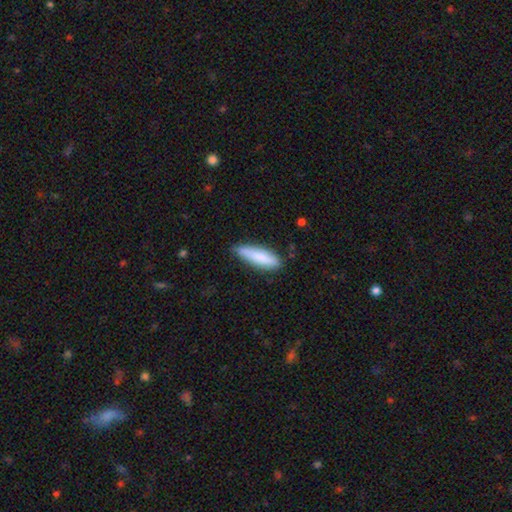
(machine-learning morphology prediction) This appears to be a smooth galaxy with no disk features (84%) that is cigar-shaped (66%). Merging: none (77%).